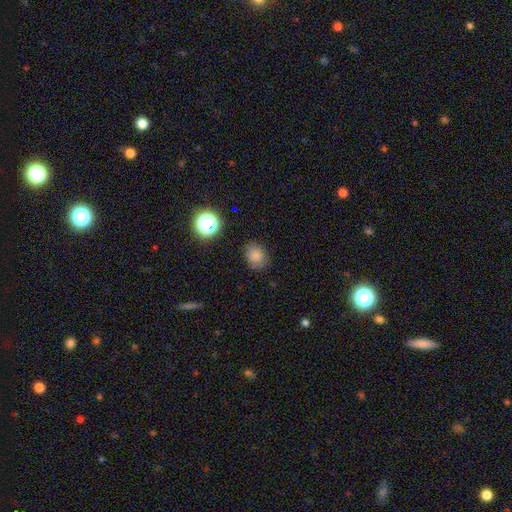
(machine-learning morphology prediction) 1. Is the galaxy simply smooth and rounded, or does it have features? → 80% smooth, 14% star or artifact, 6% featured or disk.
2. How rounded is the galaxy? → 52% round, 47% in between, 1% cigar-shaped.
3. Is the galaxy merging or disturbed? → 83% none, 12% minor disturbance, 3% major disturbance, 2% merger.